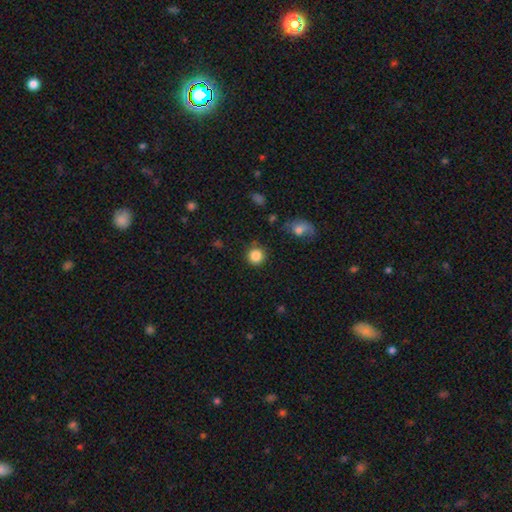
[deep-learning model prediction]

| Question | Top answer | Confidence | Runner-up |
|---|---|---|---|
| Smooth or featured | smooth | 86% | star or artifact (10%) |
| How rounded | round | 93% | in between (6%) |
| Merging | none | 86% | minor disturbance (8%) |